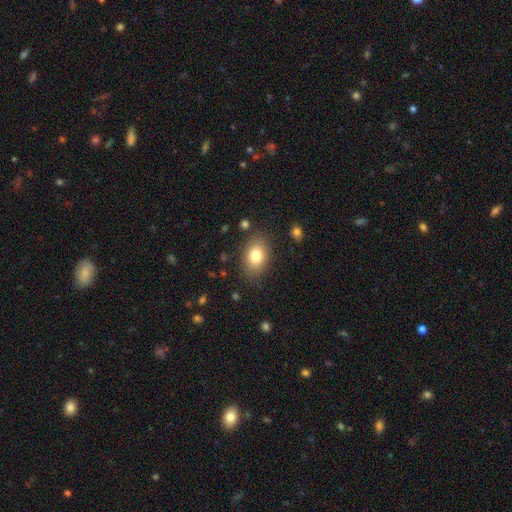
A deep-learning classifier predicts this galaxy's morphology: A smooth galaxy with no disk features (80%) that is in between round and cigar-shaped (81%). Merging: none (81%).